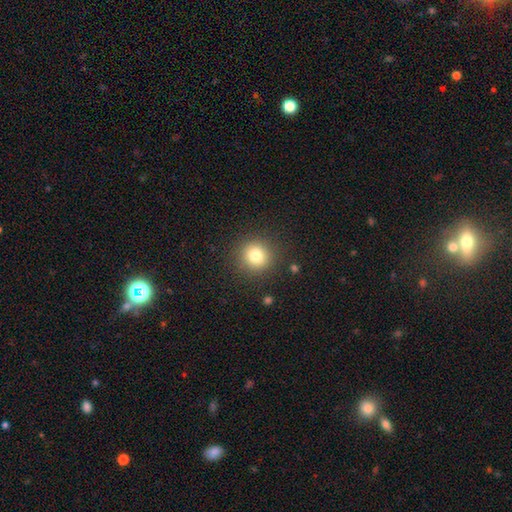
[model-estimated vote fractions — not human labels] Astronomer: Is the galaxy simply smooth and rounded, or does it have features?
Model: smooth — 79%.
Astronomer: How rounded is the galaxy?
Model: round — 93%.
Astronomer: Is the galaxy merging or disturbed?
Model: none — 89%.